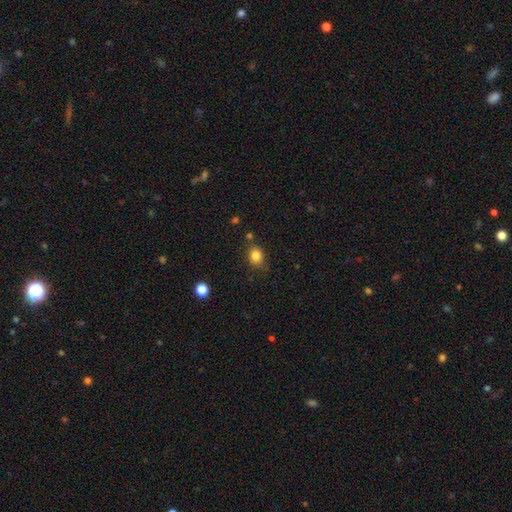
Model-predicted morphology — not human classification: Smooth or featured? Predicted: smooth (p=0.83). How rounded? Predicted: in between (p=0.50). Merging? Predicted: none (p=0.74).